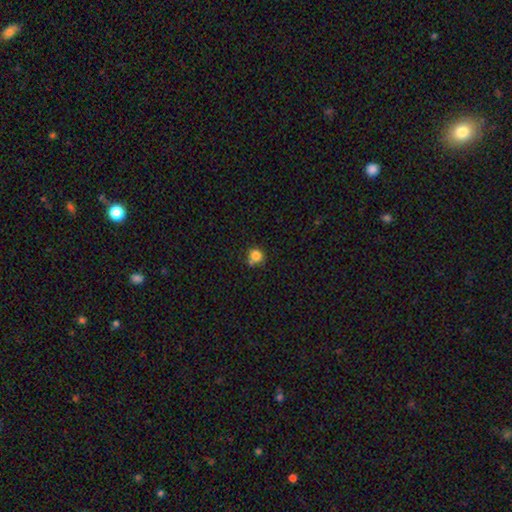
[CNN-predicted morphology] Smooth or featured: smooth — 82% (star or artifact — 12%)
How rounded: round — 89% (in between — 11%)
Merging: none — 64% (minor disturbance — 16%)